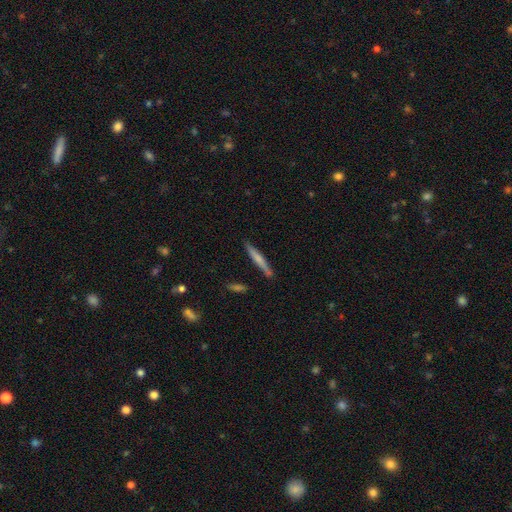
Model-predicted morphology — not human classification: type=smooth (51%); roundness=cigar-shaped (96%); merging=none (87%).